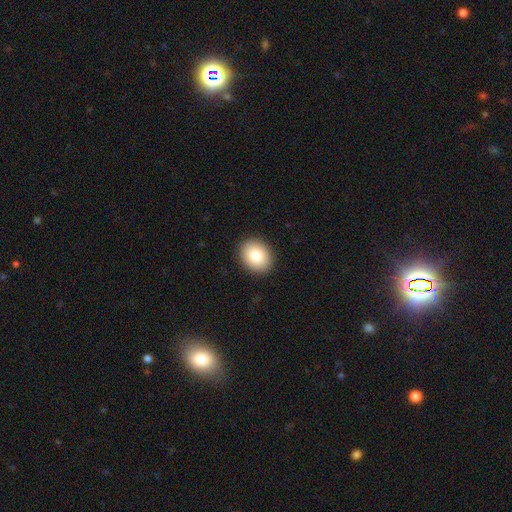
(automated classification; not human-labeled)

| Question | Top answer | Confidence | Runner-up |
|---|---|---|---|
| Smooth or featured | smooth | 84% | featured or disk (8%) |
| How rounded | in between | 50% | round (49%) |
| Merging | none | 91% | minor disturbance (6%) |